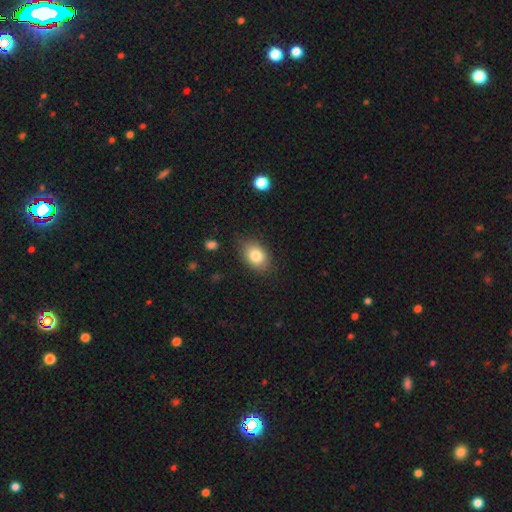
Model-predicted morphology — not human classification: This appears to be a smooth galaxy with no disk features (81%) that is in between round and cigar-shaped (78%). Merging: none (82%).